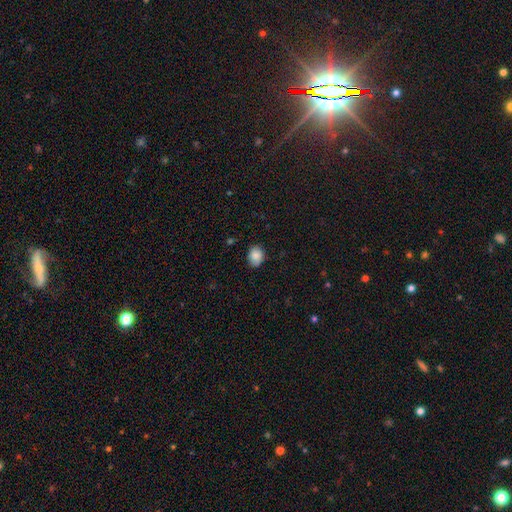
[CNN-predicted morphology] This is clearly a smooth galaxy (86%). How rounded: likely in between (61%). Merging: likely none (80%).